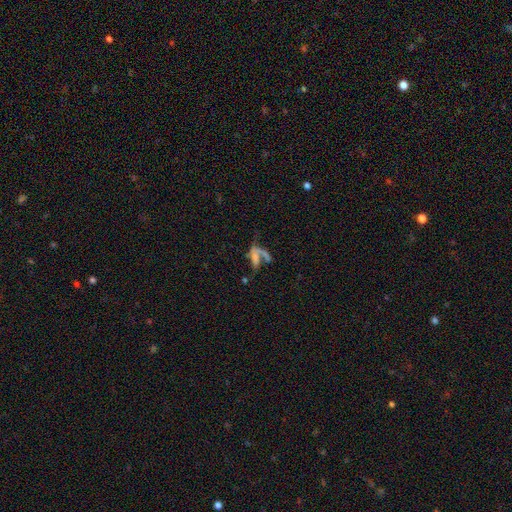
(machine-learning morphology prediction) This is marginally a featured or disk galaxy (44%). Merging: marginally merger (44%).